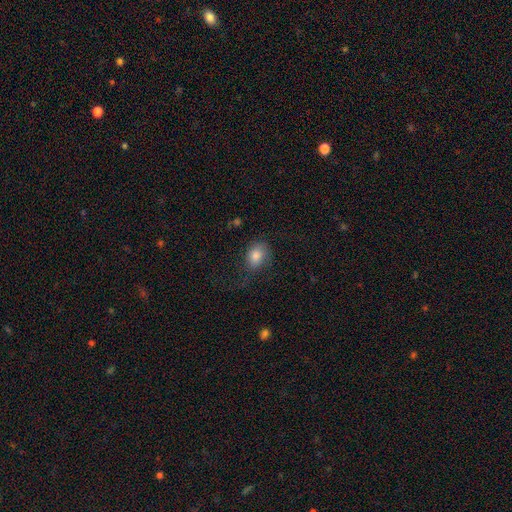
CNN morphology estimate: Smooth or featured? smooth (82%)
How rounded? in between (69%)
Merging? none (55%)